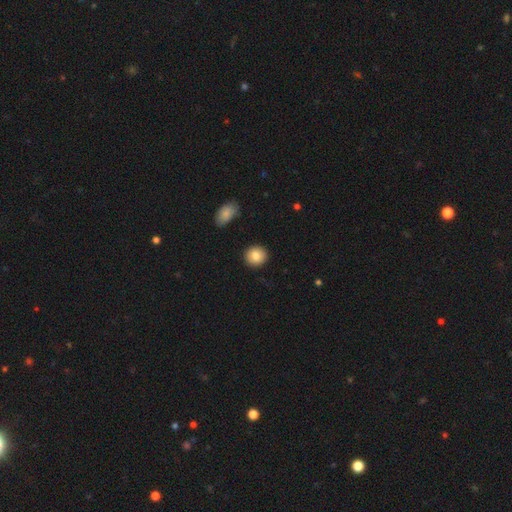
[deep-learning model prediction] The model was most divided on "smooth or featured": smooth: 84%, featured or disk: 8%, star or artifact: 8%. More confident: merging — none (91%); how rounded — round (87%).